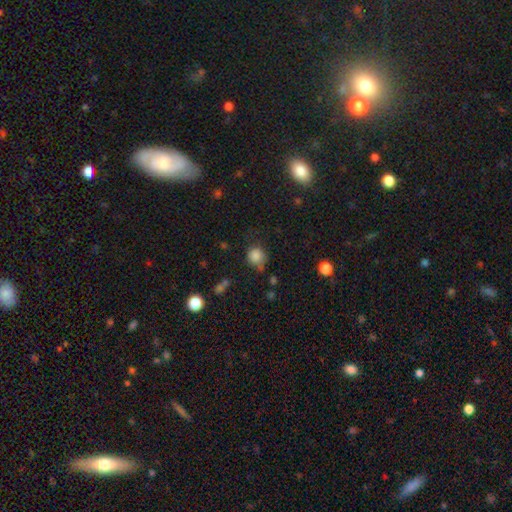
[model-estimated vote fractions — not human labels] Overall: smooth (83%). How rounded: round (82%). Merging: none (59%; minor disturbance 26%).